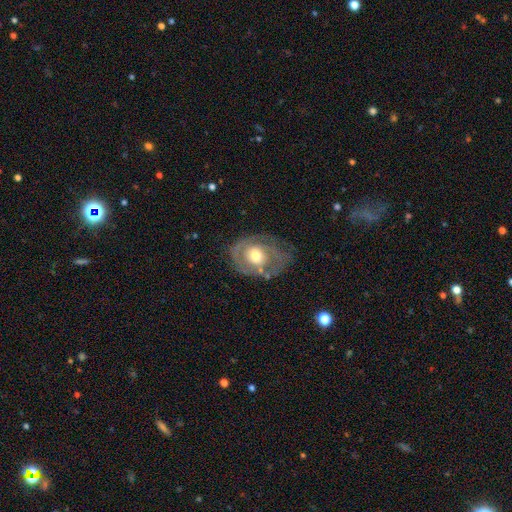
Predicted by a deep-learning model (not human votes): A featured or disk galaxy (71%) with no bar (73%), spiral arms (69%) and a moderate central bulge (67%).

Vote fractions:
- Smooth or featured? featured or disk: 71% / smooth: 24% / star or artifact: 6%
- Edge-on disk? no: 96% / yes: 4%
- Bar? no: 73% / weak: 22% / strong: 5%
- Spiral arms? yes: 69% / no: 31%
- Bulge size? moderate: 67% / large: 18% / small: 12% / dominant: 1% / none: 1%
- Merging? none: 54% / minor disturbance: 25% / major disturbance: 17% / merger: 3%